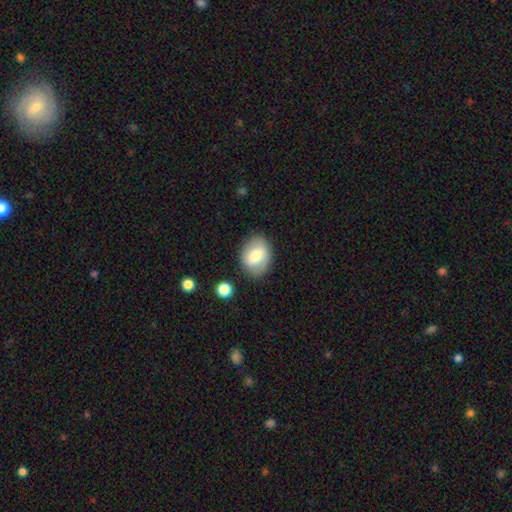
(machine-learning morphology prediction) Smooth or featured: smooth — 68% (featured or disk — 25%)
How rounded: in between — 63% (round — 35%)
Merging: none — 81% (minor disturbance — 13%)